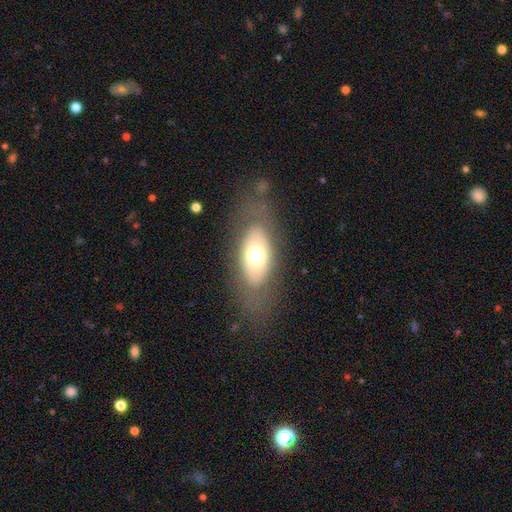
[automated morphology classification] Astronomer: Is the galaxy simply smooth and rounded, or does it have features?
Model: smooth — 58% (runner-up: featured or disk, 34%).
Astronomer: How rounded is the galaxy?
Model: in between — 85%.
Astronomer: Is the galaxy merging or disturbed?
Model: none — 74%.